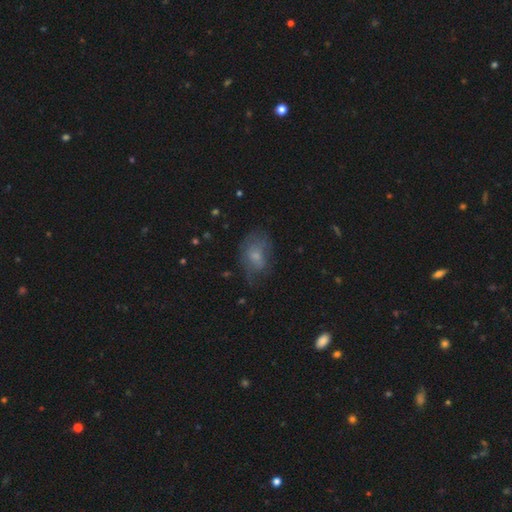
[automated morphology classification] Smooth or featured? Predicted: smooth (p=0.55). How rounded? Predicted: in between (p=0.78). Merging? Predicted: none (p=0.46).